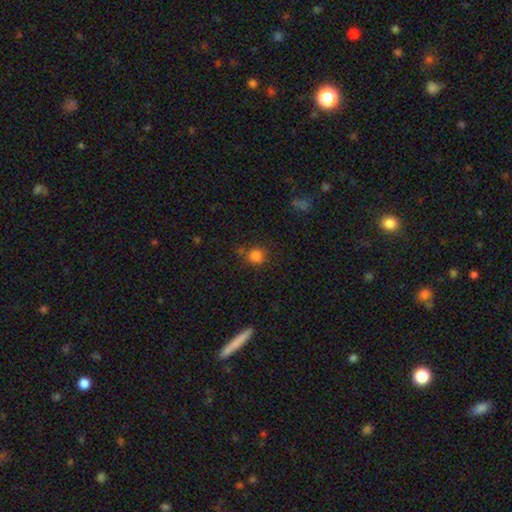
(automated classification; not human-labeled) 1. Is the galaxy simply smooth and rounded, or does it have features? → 82% smooth, 14% star or artifact, 4% featured or disk.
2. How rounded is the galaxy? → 84% round, 15% in between, 1% cigar-shaped.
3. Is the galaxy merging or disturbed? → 72% none, 14% minor disturbance, 9% merger, 5% major disturbance.